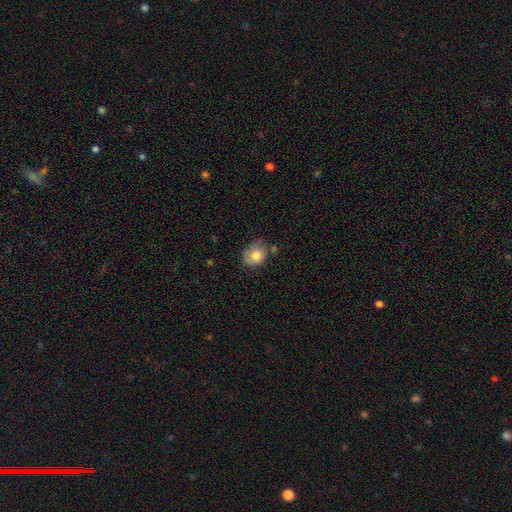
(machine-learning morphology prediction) type=smooth (79%); roundness=round (57%); merging=none (57%).